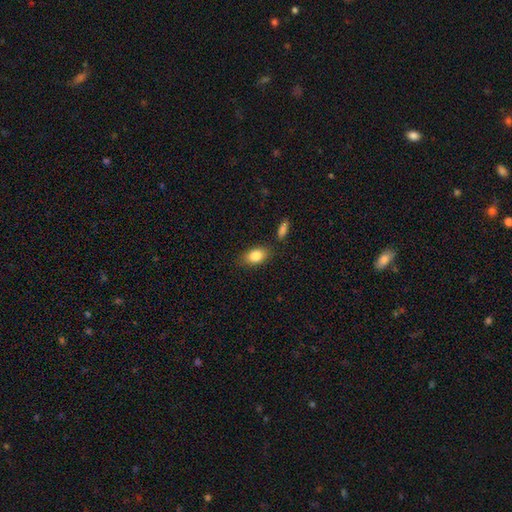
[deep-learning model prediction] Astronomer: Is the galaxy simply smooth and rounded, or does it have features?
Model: smooth — 84%.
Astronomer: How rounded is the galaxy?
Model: in between — 86%.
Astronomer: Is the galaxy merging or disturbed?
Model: none — 80%.